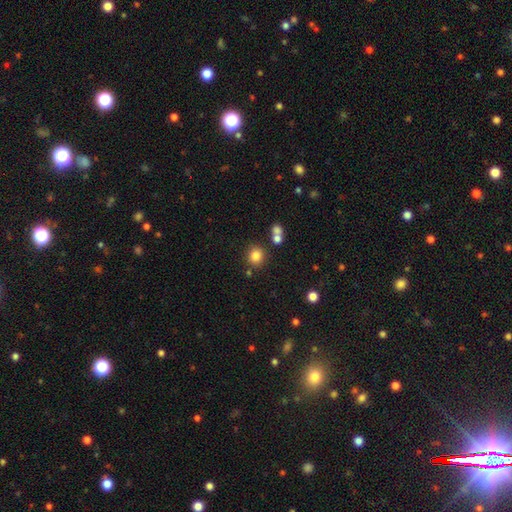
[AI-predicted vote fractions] Smooth or featured? Predicted: smooth (p=0.82). How rounded? Predicted: round (p=0.86). Merging? Predicted: none (p=0.79).